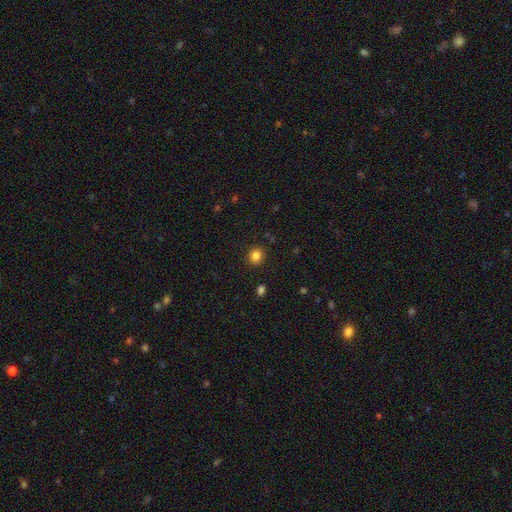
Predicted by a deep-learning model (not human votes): Smooth or featured?
  - smooth: 83% *
  - star or artifact: 12%
  - featured or disk: 4%
How rounded?
  - round: 77% *
  - in between: 23%
  - cigar-shaped: 1%
Merging?
  - none: 89% *
  - minor disturbance: 7%
  - major disturbance: 2%
  - merger: 2%